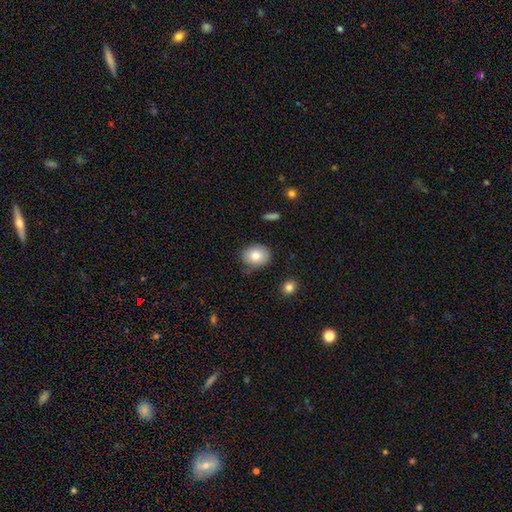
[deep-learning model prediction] Overall: smooth (82%). How rounded: round (51%; in between 48%). Merging: none (78%).